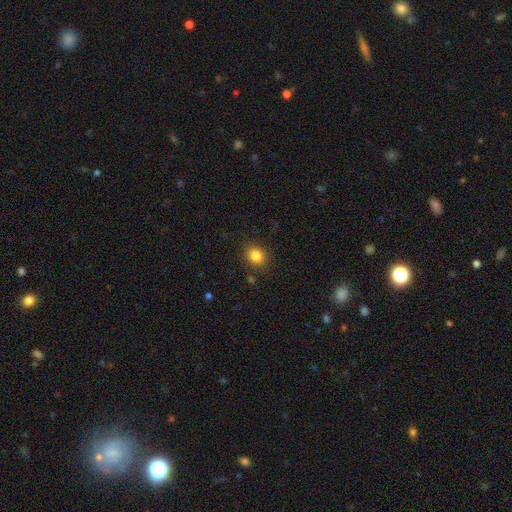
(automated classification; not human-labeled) A smooth galaxy with no disk features (84%) that is round (71%). Merging: none (88%).